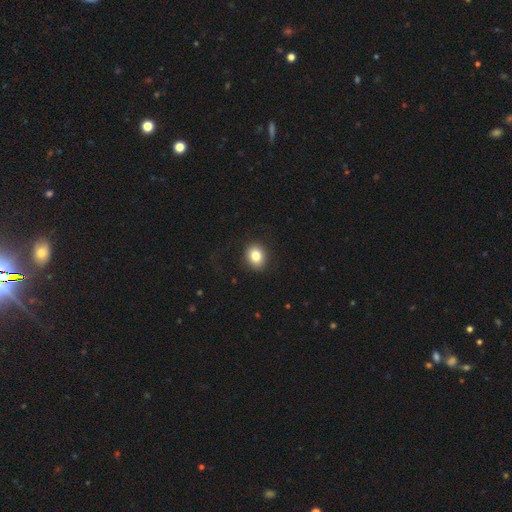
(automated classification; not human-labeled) Smooth or featured? smooth (83%)
How rounded? round (63%)
Merging? none (89%)